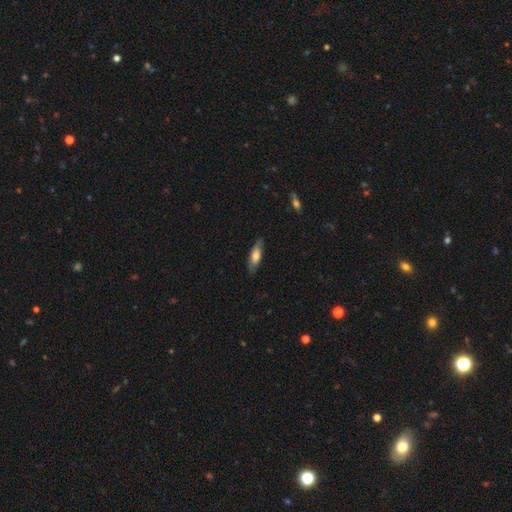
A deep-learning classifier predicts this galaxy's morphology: Smooth or featured? Predicted: smooth (p=0.66). How rounded? Predicted: in between (p=0.58). Merging? Predicted: none (p=0.79).